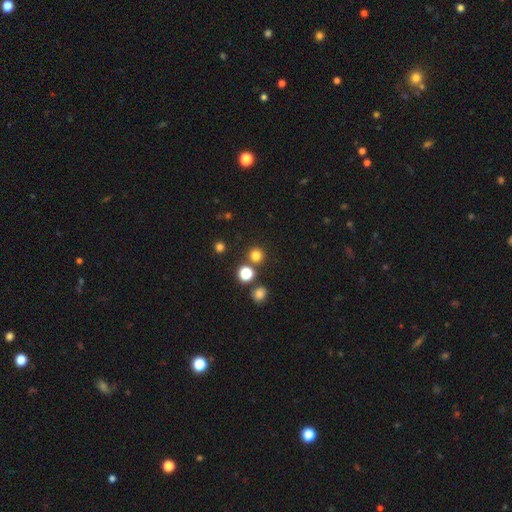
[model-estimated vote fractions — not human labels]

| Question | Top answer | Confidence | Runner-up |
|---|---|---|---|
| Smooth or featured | smooth | 77% | star or artifact (18%) |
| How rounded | round | 93% | in between (6%) |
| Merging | none | 83% | merger (9%) |